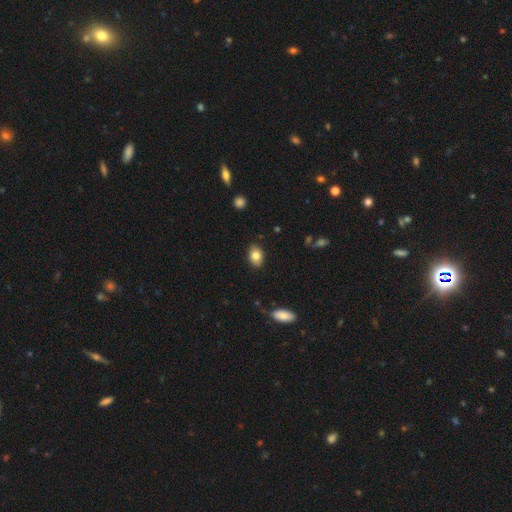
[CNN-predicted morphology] Smooth or featured? Predicted: smooth (p=0.83). How rounded? Predicted: in between (p=0.80). Merging? Predicted: none (p=0.86).